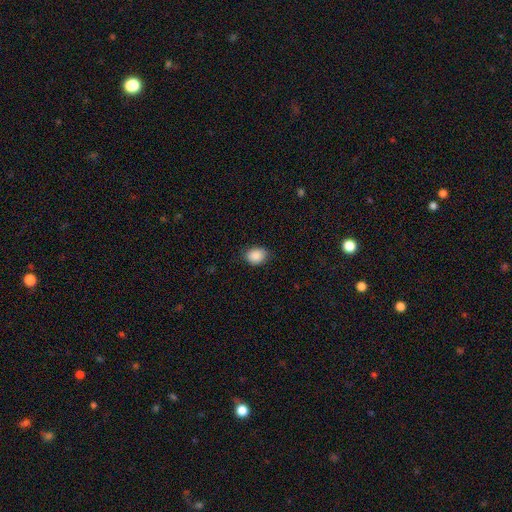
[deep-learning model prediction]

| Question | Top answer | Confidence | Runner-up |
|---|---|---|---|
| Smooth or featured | smooth | 89% | star or artifact (8%) |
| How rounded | in between | 61% | round (38%) |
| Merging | none | 81% | minor disturbance (15%) |